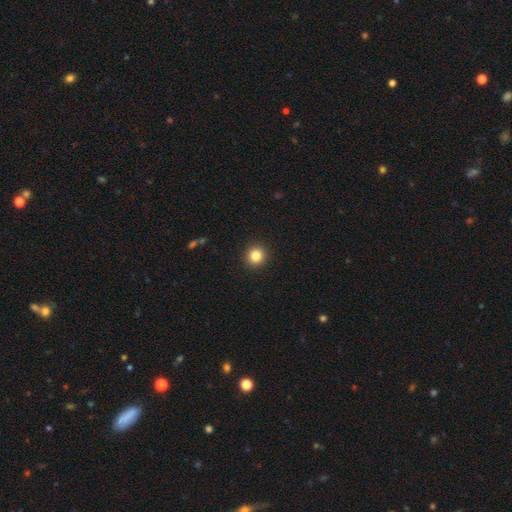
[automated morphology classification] type=smooth (84%); roundness=round (94%); merging=none (93%).